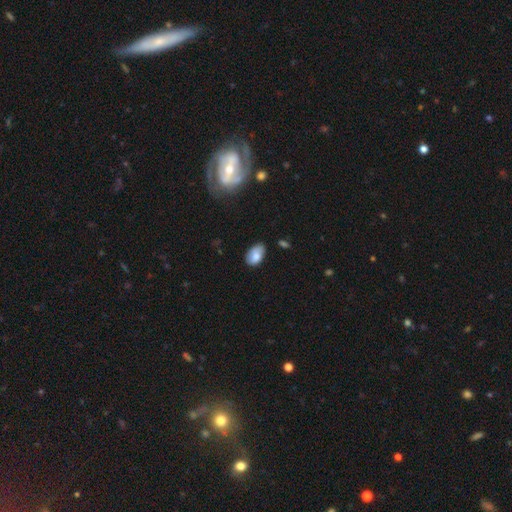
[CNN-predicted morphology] Overall: smooth (80%). How rounded: in between (92%). Merging: none (60%; minor disturbance 32%).